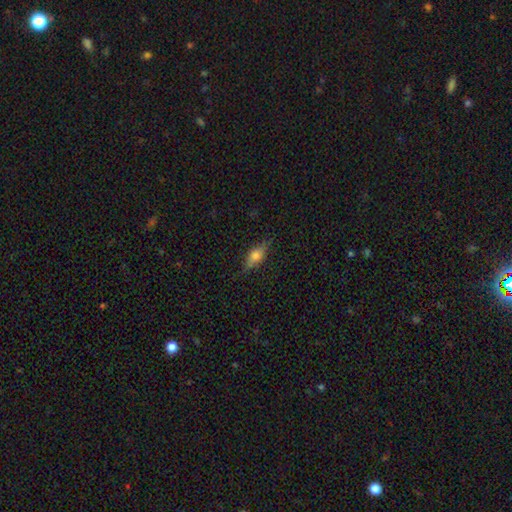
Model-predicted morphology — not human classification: Q: Smooth or featured?
A: smooth (48%); runner-up: featured or disk (42%)
Q: Merging?
A: none (81%); runner-up: minor disturbance (15%)